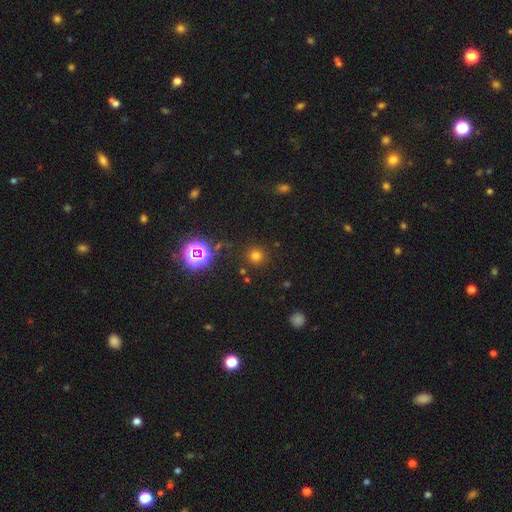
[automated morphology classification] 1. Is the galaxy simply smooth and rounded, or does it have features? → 68% smooth, 25% star or artifact, 6% featured or disk.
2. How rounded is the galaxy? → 94% round, 5% in between, 1% cigar-shaped.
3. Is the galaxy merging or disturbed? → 87% none, 7% minor disturbance, 3% major disturbance, 3% merger.